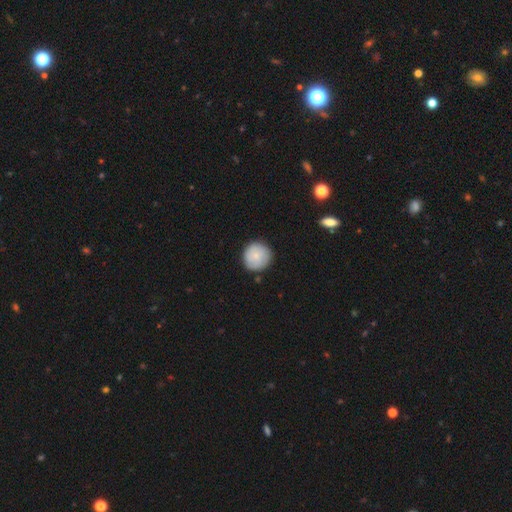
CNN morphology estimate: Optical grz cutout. It shows a smooth galaxy with no disk features (79%) that is round (95%). Merging: none (85%).